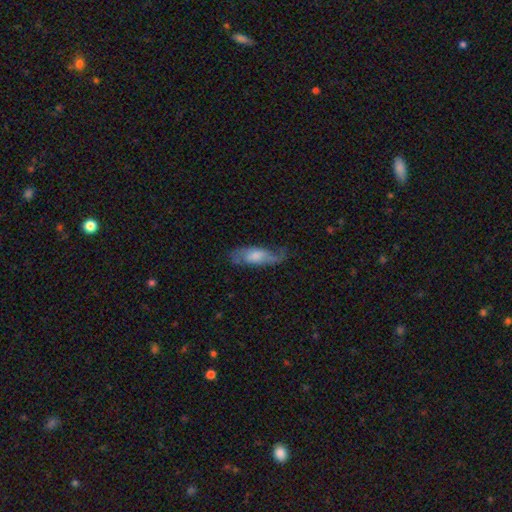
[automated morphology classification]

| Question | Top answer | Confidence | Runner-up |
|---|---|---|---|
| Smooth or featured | featured or disk | 56% | smooth (37%) |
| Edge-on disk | no | 80% | yes (20%) |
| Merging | none | 62% | minor disturbance (24%) |